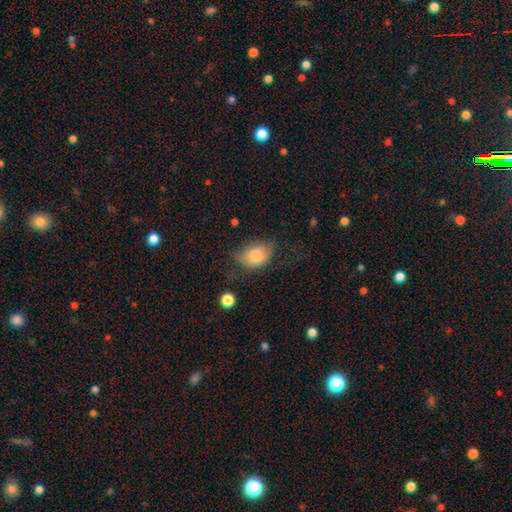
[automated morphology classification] type=smooth (81%); roundness=in between (79%); merging=none (43%).